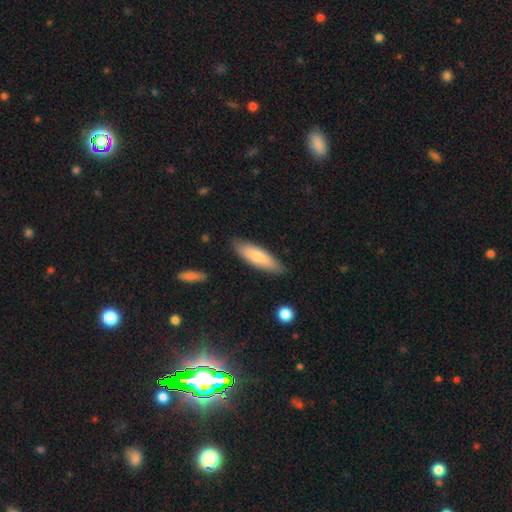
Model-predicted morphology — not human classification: Smooth or featured? smooth (73%)
How rounded? cigar-shaped (58%)
Merging? none (84%)